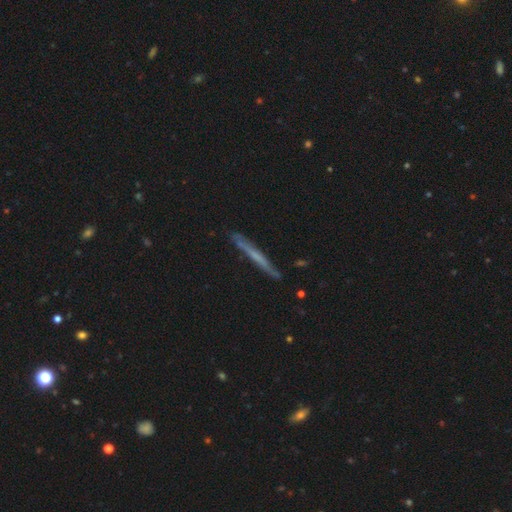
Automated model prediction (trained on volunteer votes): Overall: featured or disk (54%; smooth 39%). Edge-on disk: yes (95%). Edge-on bulge: none (77%). Merging: none (86%).